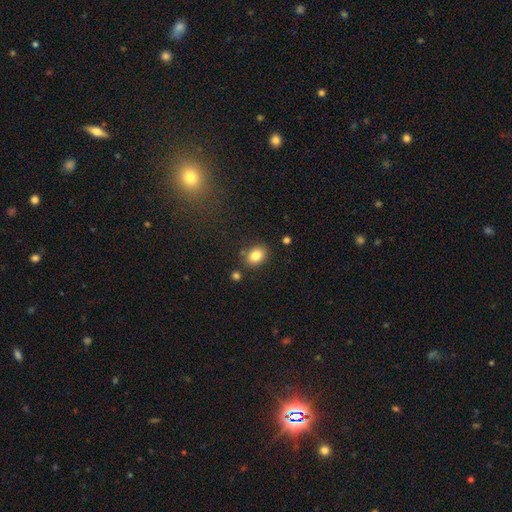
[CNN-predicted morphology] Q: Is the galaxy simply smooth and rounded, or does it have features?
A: smooth — 83%.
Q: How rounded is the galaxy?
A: in between — 57%.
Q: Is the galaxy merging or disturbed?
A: none — 81%.